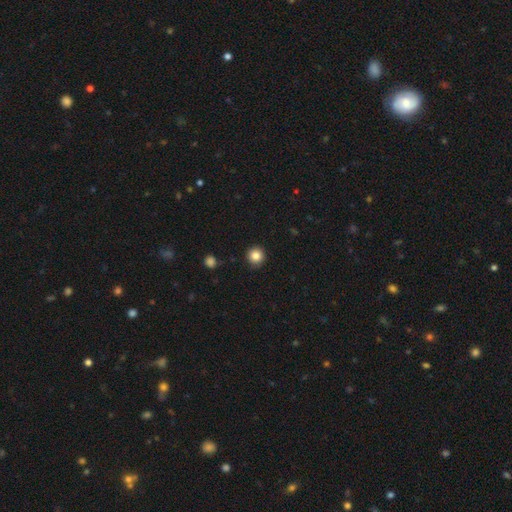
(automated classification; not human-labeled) Morphology: type=smooth (85%); roundness=round (95%); merging=none (91%).